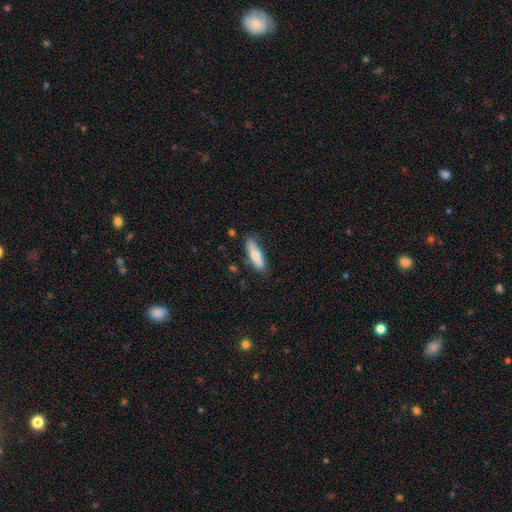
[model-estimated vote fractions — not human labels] Smooth or featured? smooth (73%)
How rounded? cigar-shaped (59%)
Merging? none (76%)